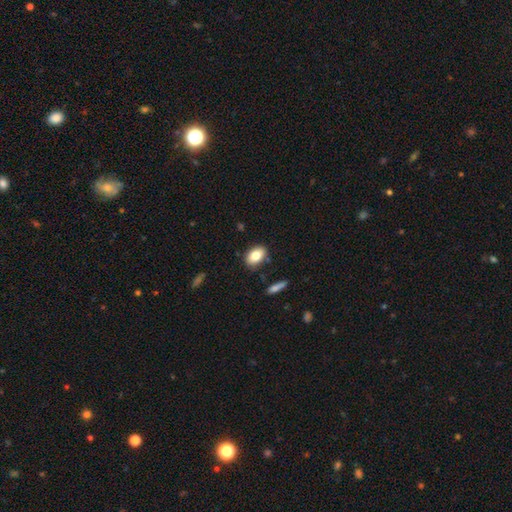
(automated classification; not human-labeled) Smooth or featured? Predicted: smooth (p=0.81). How rounded? Predicted: in between (p=0.88). Merging? Predicted: none (p=0.83).